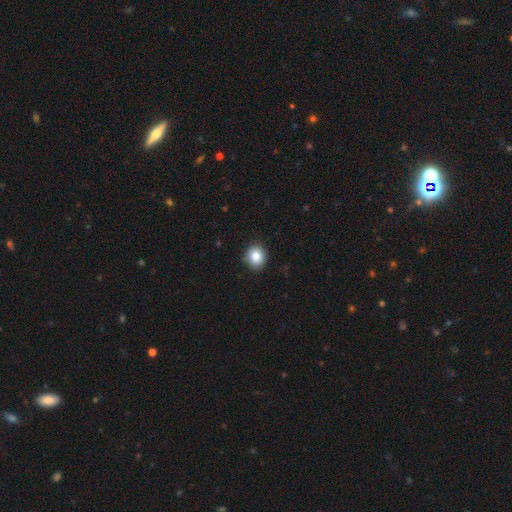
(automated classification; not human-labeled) A smooth galaxy with no disk features (85%) that is round (69%). Merging: none (87%).